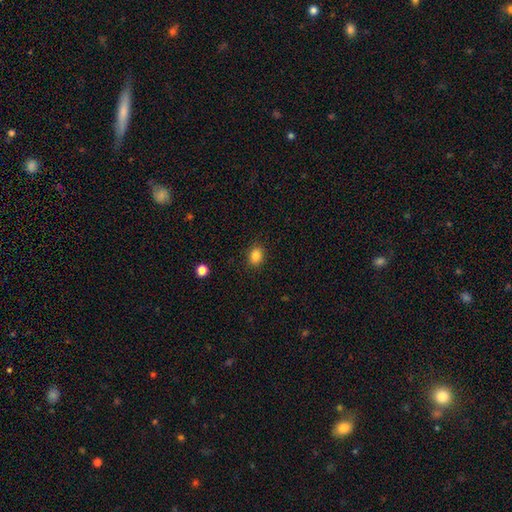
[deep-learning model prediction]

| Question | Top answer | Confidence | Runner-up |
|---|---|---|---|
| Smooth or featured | smooth | 85% | star or artifact (10%) |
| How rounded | round | 51% | in between (48%) |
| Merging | none | 88% | minor disturbance (9%) |